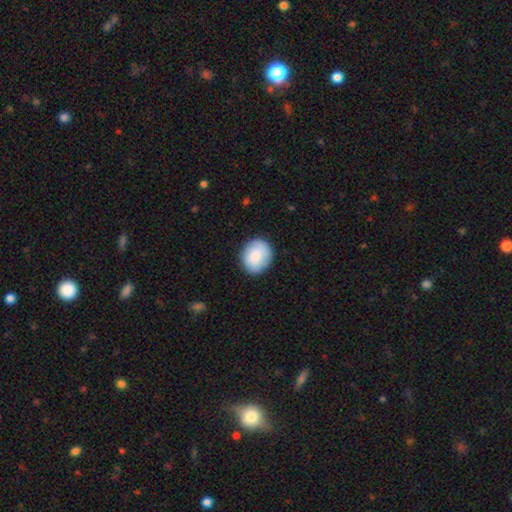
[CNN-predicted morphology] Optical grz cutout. It shows a smooth galaxy with no disk features (84%) that is round (65%). Merging: none (84%).